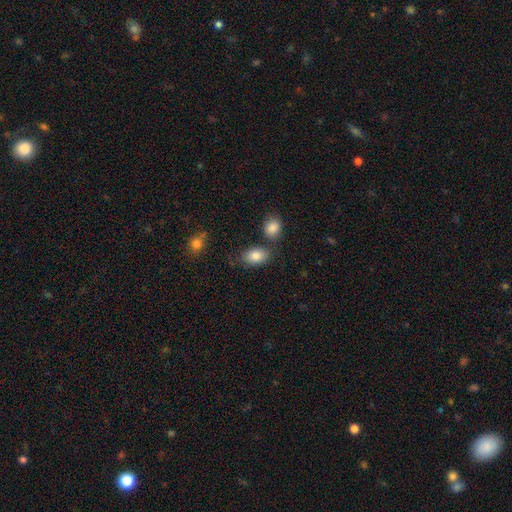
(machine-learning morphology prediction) smooth-or-featured: smooth: 85% | star or artifact: 8% | featured or disk: 8%
  how-rounded: in between: 85% | round: 13% | cigar-shaped: 1%
  merging: none: 69% | merger: 14% | minor disturbance: 14% | major disturbance: 4%